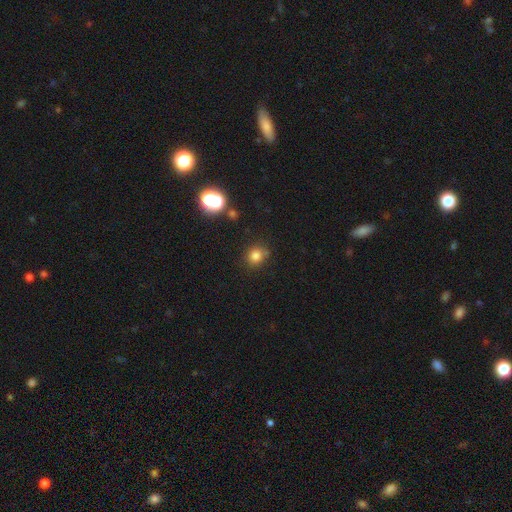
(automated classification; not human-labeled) This is likely a smooth galaxy (79%). How rounded: clearly round (82%). Merging: likely none (78%).